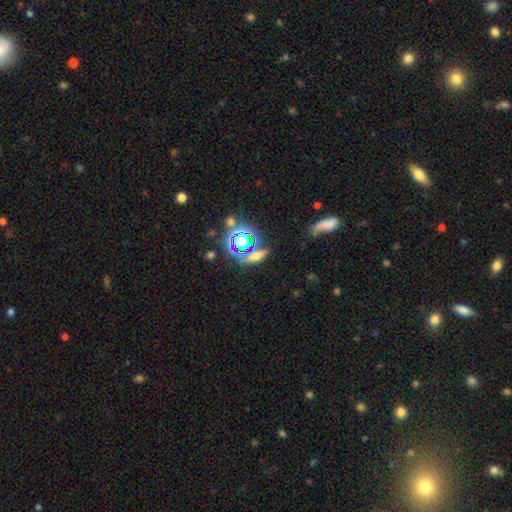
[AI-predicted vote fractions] A smooth galaxy with no disk features (43%). Merging: none (73%).